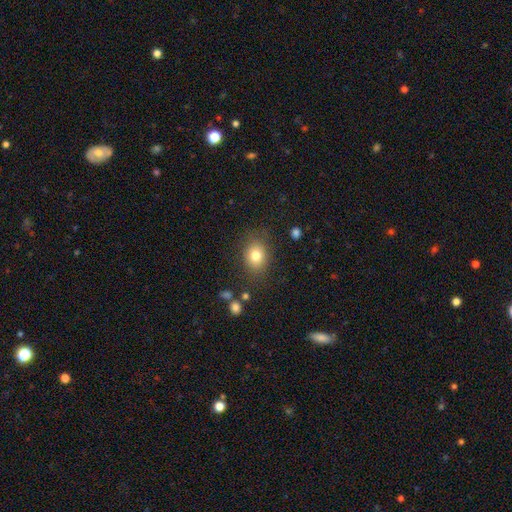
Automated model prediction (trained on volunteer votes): The model was most divided on "how rounded": in between: 50%, round: 49%, cigar-shaped: 1%. More confident: merging — none (81%); smooth or featured — smooth (80%).